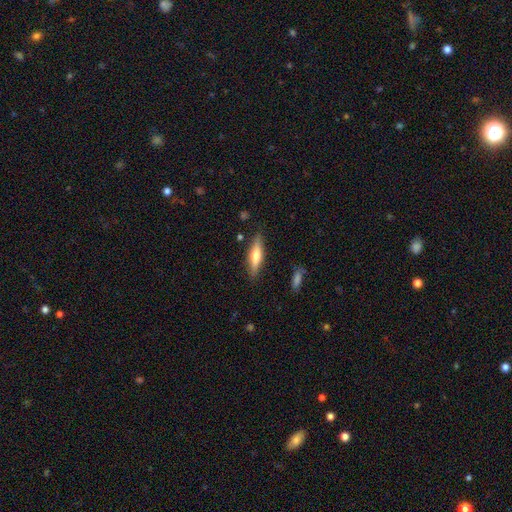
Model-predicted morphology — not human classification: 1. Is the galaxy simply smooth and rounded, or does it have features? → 49% smooth, 45% featured or disk, 6% star or artifact.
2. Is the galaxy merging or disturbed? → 86% none, 10% minor disturbance, 2% major disturbance, 2% merger.